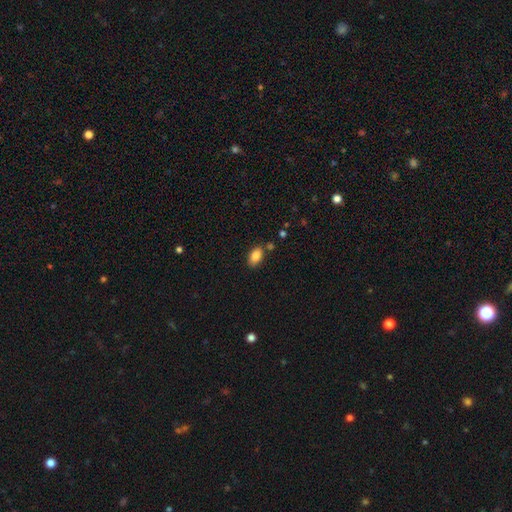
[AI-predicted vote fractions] Overall: smooth (86%). How rounded: in between (91%). Merging: none (78%).